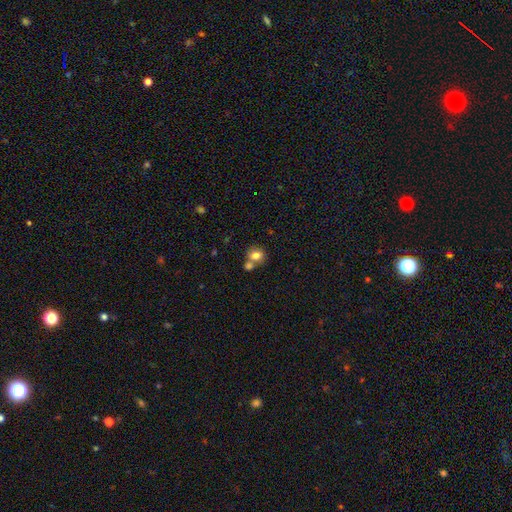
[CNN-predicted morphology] Smooth or featured: smooth — 78% (featured or disk — 12%)
How rounded: round — 61% (in between — 38%)
Merging: none — 47% (merger — 39%)